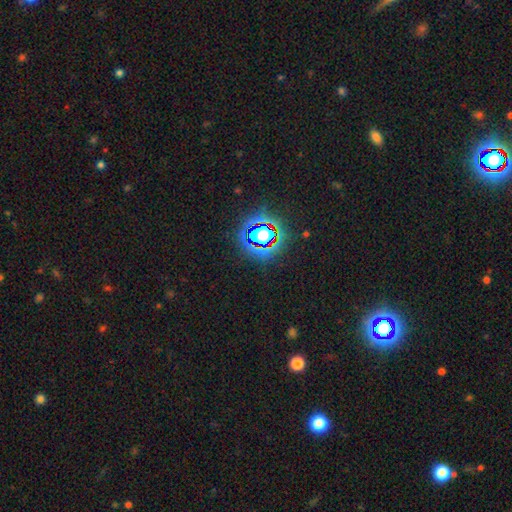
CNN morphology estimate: Smooth or featured? star or artifact (82%)